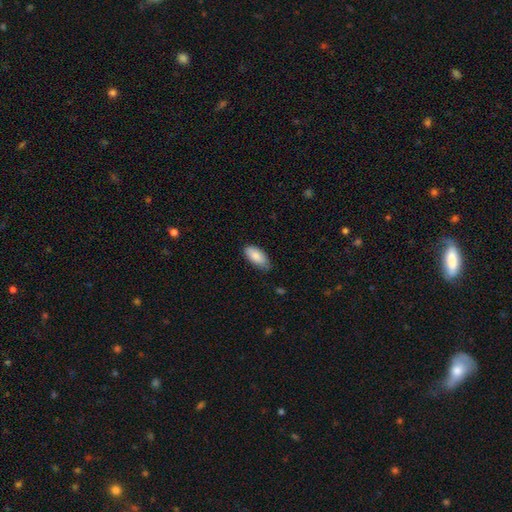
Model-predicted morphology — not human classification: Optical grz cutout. It shows a smooth galaxy with no disk features (88%) that is in between round and cigar-shaped (92%). Merging: none (74%).